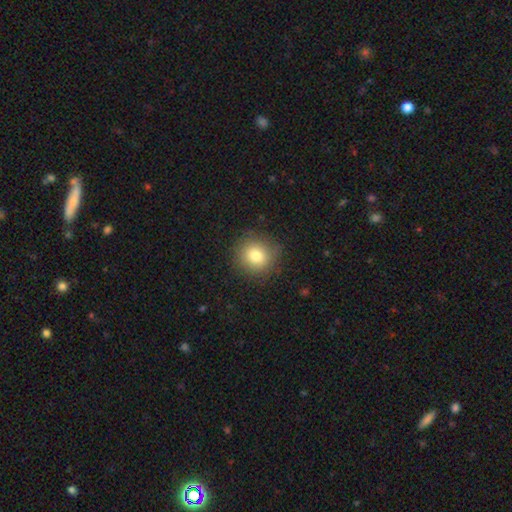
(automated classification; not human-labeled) The model was most divided on "smooth or featured": smooth: 80%, star or artifact: 11%, featured or disk: 9%. More confident: how rounded — round (90%); merging — none (86%).